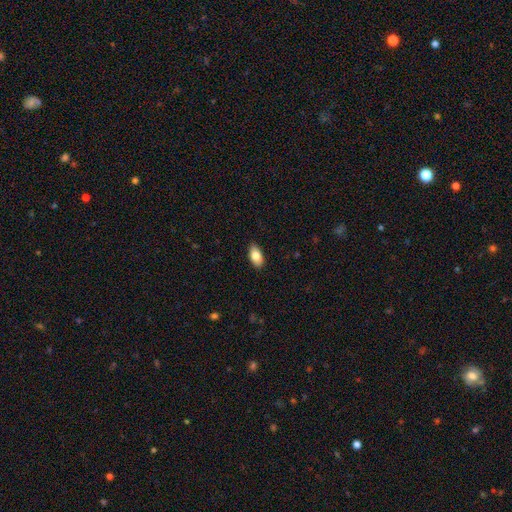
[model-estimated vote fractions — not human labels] Smooth or featured? Predicted: smooth (p=0.82). How rounded? Predicted: in between (p=0.92). Merging? Predicted: none (p=0.88).